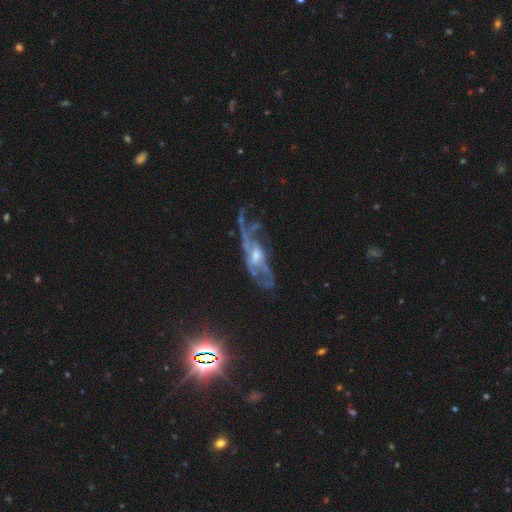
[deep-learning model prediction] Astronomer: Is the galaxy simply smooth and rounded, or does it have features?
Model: featured or disk — 79%.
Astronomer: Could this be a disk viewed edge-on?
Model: no — 81%.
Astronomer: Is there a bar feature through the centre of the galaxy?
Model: no — 55% (runner-up: weak, 34%).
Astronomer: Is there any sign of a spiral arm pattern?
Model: yes — 84%.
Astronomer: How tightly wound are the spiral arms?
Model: loose — 43% (runner-up: medium, 39%).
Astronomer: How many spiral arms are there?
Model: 2 — 42% (runner-up: can't tell, 31%).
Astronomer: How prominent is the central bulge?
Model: moderate — 51% (runner-up: small, 37%).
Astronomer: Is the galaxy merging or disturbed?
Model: none — 47% (runner-up: major disturbance, 28%).